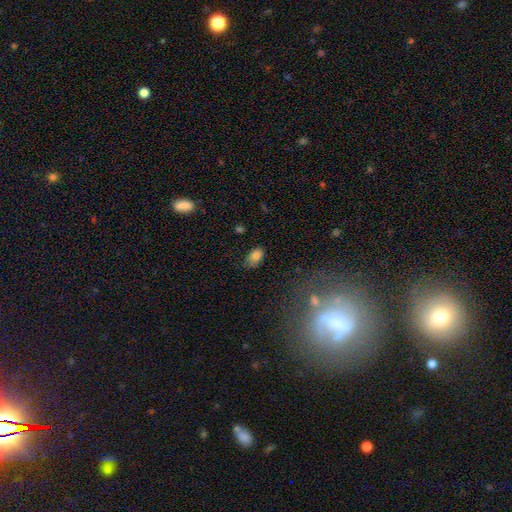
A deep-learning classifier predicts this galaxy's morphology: Smooth or featured: smooth — 81% (star or artifact — 10%)
How rounded: in between — 88% (round — 10%)
Merging: none — 66% (minor disturbance — 26%)